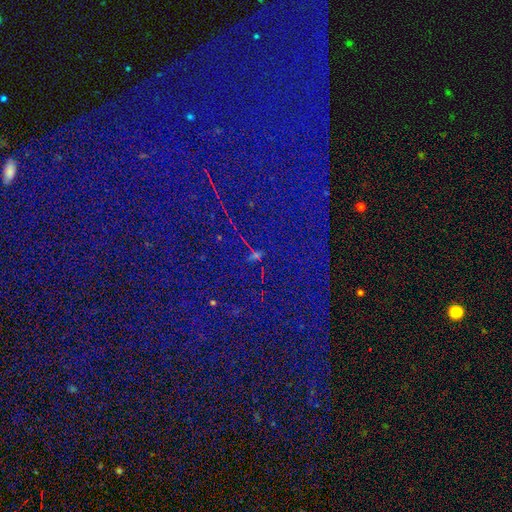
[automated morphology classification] type=star or artifact (85%).